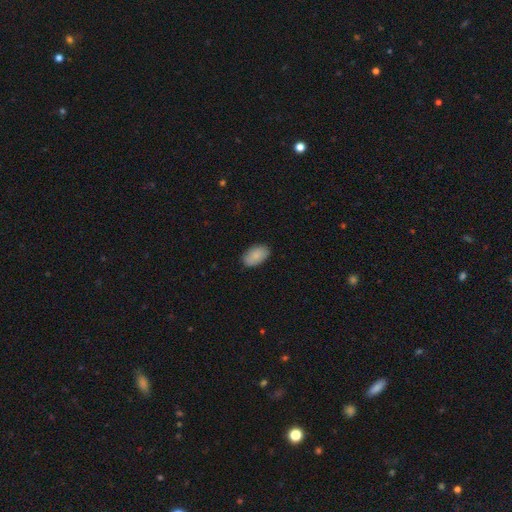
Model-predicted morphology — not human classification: Smooth or featured: smooth — 86% (featured or disk — 8%)
How rounded: in between — 94% (round — 5%)
Merging: none — 86% (minor disturbance — 10%)